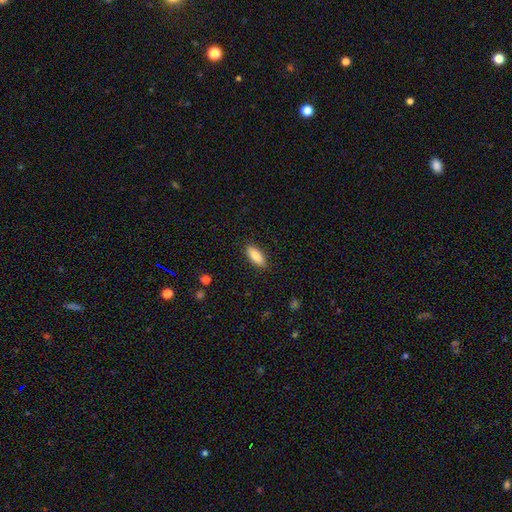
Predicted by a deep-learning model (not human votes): smooth-or-featured: smooth: 84% | featured or disk: 10% | star or artifact: 6%
  how-rounded: in between: 70% | cigar-shaped: 28% | round: 2%
  merging: none: 87% | minor disturbance: 9% | major disturbance: 2% | merger: 1%